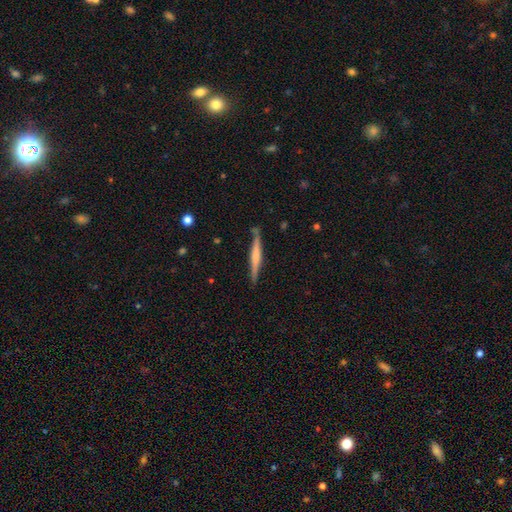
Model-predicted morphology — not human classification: Q: Smooth or featured?
A: featured or disk (58%); runner-up: smooth (37%)
Q: Edge-on disk?
A: yes (97%); runner-up: no (3%)
Q: Edge-on bulge?
A: rounded (36%); runner-up: none (32%)
Q: Merging?
A: none (84%); runner-up: minor disturbance (11%)